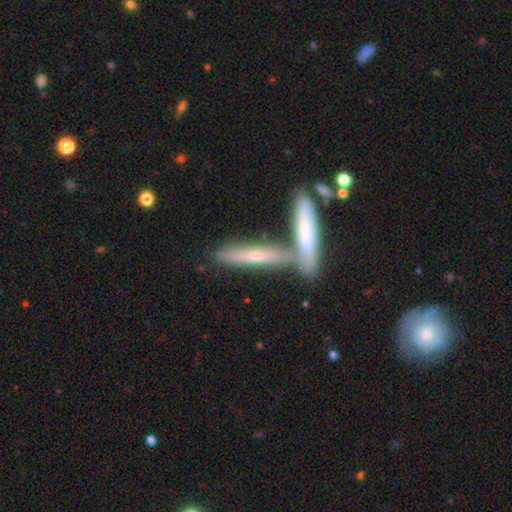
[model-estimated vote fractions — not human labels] featured or disk 50%, smooth 43%, star or artifact 7%. Down the decision tree: edge-on disk — yes (86%); merging — none (53%).